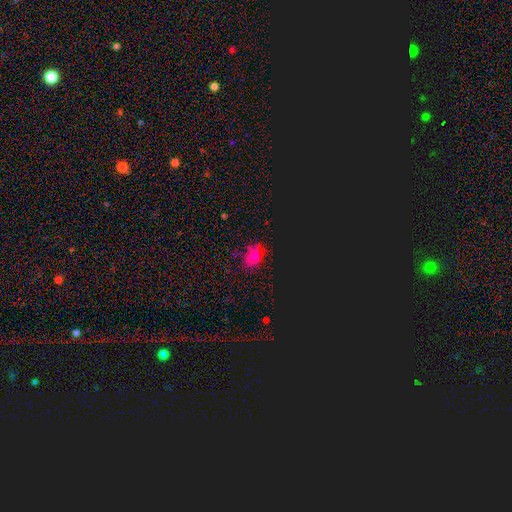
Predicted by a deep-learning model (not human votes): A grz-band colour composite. It shows a smooth galaxy with no disk features (61%) that is in between round and cigar-shaped (70%). Merging: none (74%).